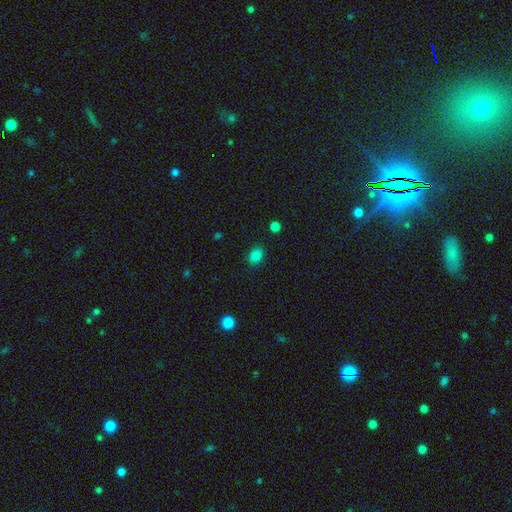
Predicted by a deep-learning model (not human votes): Smooth or featured? smooth (84%)
How rounded? in between (59%)
Merging? none (86%)